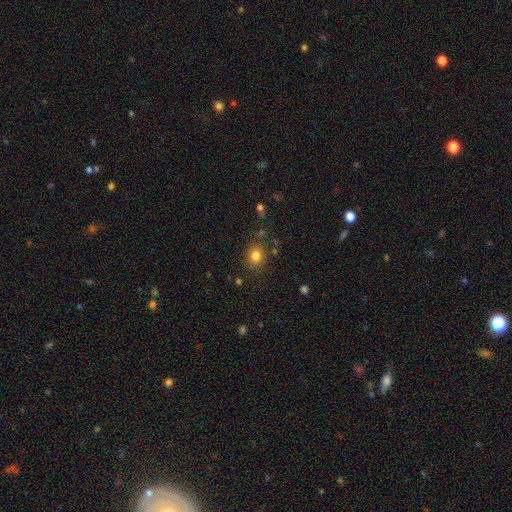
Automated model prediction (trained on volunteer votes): Smooth or featured: smooth — 81% (star or artifact — 13%)
How rounded: round — 66% (in between — 33%)
Merging: none — 82% (minor disturbance — 11%)